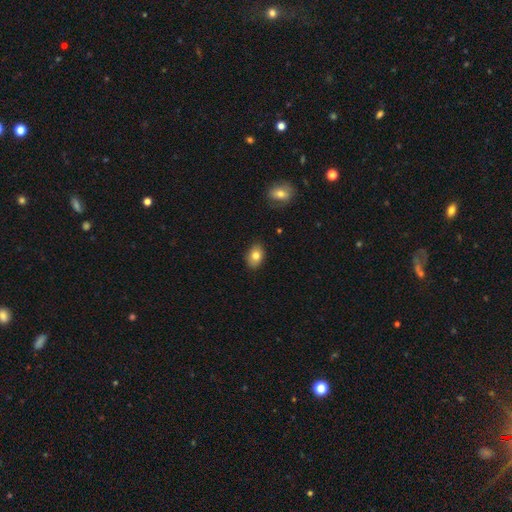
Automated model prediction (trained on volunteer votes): A smooth galaxy with no disk features (81%) that is in between round and cigar-shaped (82%). Merging: none (86%).